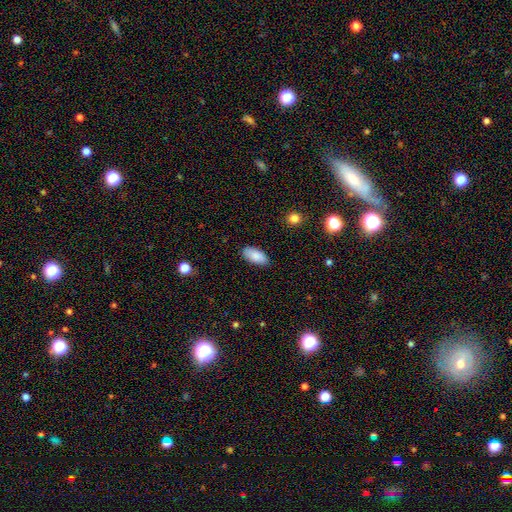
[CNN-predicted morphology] Overall: smooth (88%). How rounded: in between (94%). Merging: none (86%).